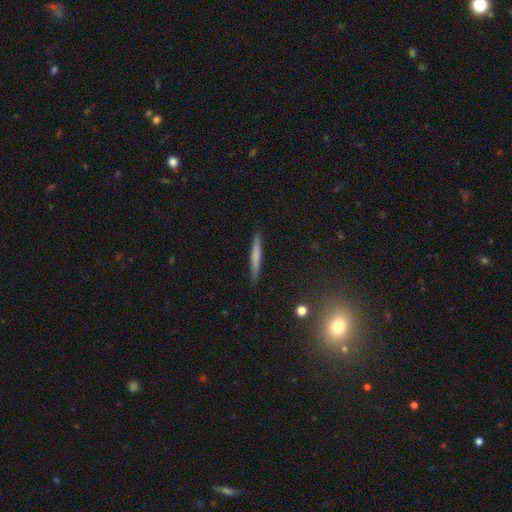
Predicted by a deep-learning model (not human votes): Q: Smooth or featured?
A: smooth (62%); runner-up: featured or disk (31%)
Q: How rounded?
A: cigar-shaped (95%); runner-up: in between (3%)
Q: Merging?
A: none (88%); runner-up: minor disturbance (9%)